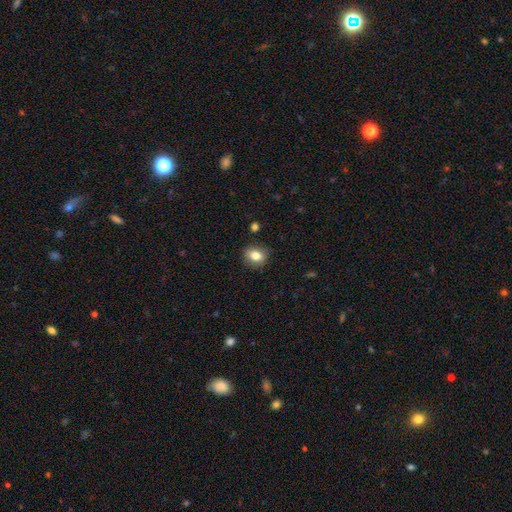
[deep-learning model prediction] A smooth galaxy with no disk features (81%) that is round (54%). Merging: none (86%).